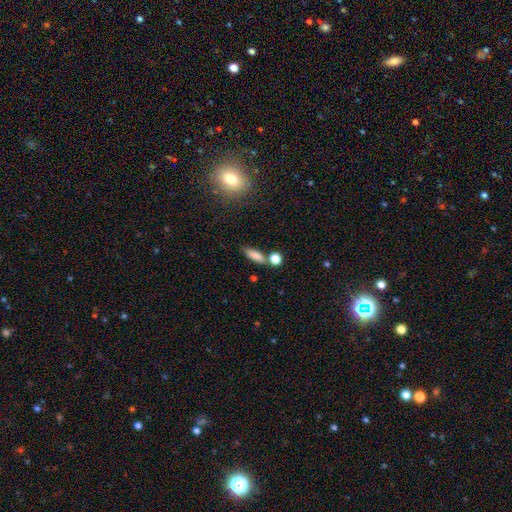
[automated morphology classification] A smooth galaxy with no disk features (82%) that is in between round and cigar-shaped (49%).

Vote fractions:
- Smooth or featured? smooth: 82% / featured or disk: 9% / star or artifact: 9%
- How rounded? in between: 49% / cigar-shaped: 43% / round: 8%
- Merging? none: 65% / merger: 17% / minor disturbance: 14% / major disturbance: 5%